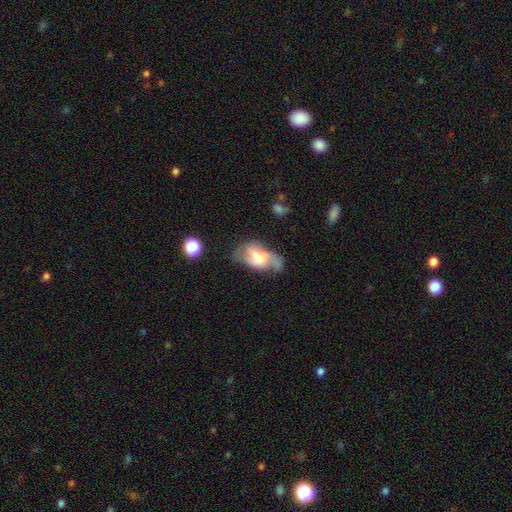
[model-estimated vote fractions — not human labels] Overall: featured or disk (51%; smooth 40%). Edge-on disk: no (93%). Merging: none (35%; minor disturbance 28%).